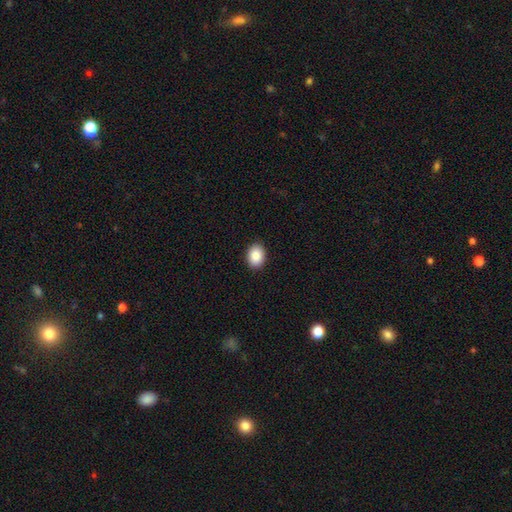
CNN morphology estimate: Smooth or featured? Predicted: smooth (p=0.88). How rounded? Predicted: in between (p=0.71). Merging? Predicted: none (p=0.91).